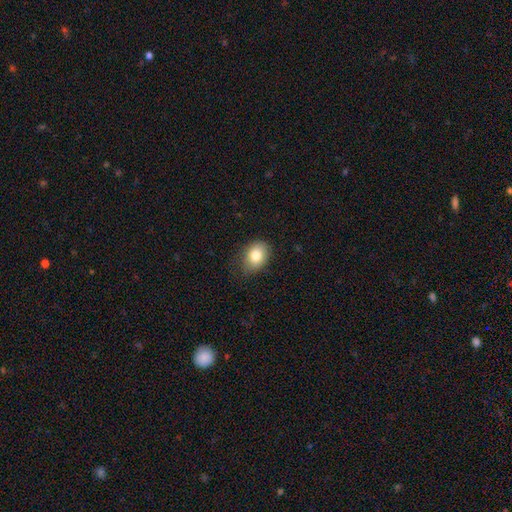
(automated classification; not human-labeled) Q: Smooth or featured?
A: smooth (81%); runner-up: featured or disk (10%)
Q: How rounded?
A: in between (68%); runner-up: round (31%)
Q: Merging?
A: none (73%); runner-up: minor disturbance (21%)